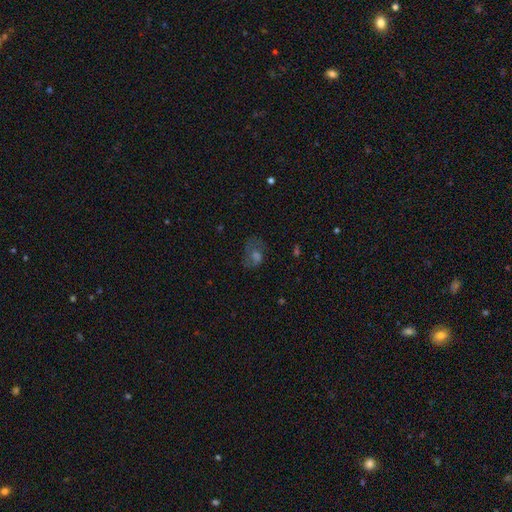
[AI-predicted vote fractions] smooth_or_featured: smooth (p=0.40) [alt: featured or disk p=0.34]
merging: none (p=0.56) [alt: minor disturbance p=0.21]